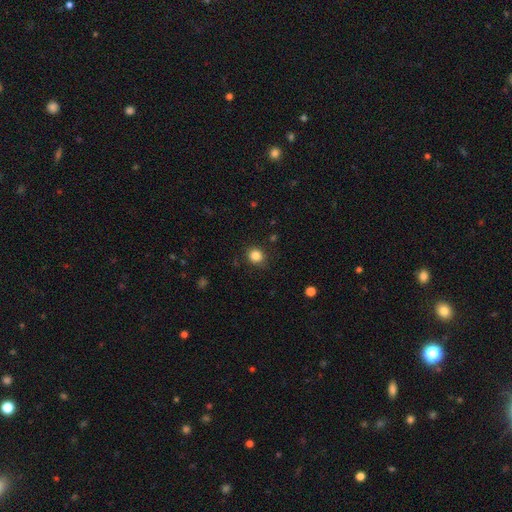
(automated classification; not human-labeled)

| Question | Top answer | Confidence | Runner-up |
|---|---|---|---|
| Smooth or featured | smooth | 84% | star or artifact (11%) |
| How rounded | round | 82% | in between (17%) |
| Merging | none | 87% | minor disturbance (9%) |